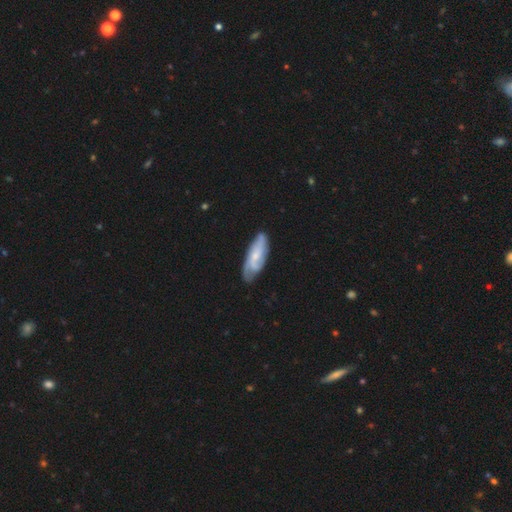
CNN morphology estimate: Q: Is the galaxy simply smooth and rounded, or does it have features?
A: featured or disk — 63%.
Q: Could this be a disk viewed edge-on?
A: no — 87%.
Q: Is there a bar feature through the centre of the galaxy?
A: no — 65%.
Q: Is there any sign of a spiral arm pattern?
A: yes — 90%.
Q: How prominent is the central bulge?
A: small — 62%.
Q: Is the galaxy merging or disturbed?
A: none — 68%.